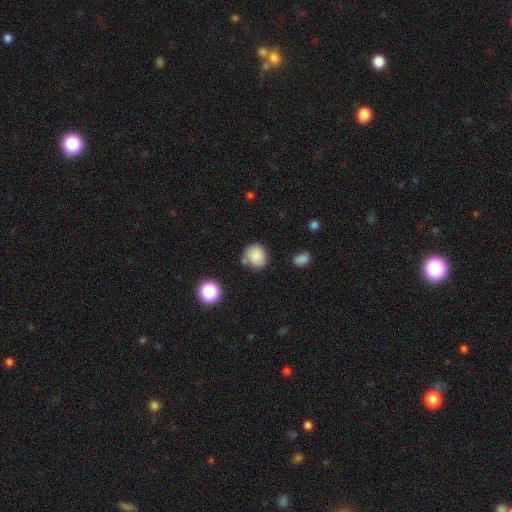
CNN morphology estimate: type=smooth (83%); roundness=round (77%); merging=none (62%).